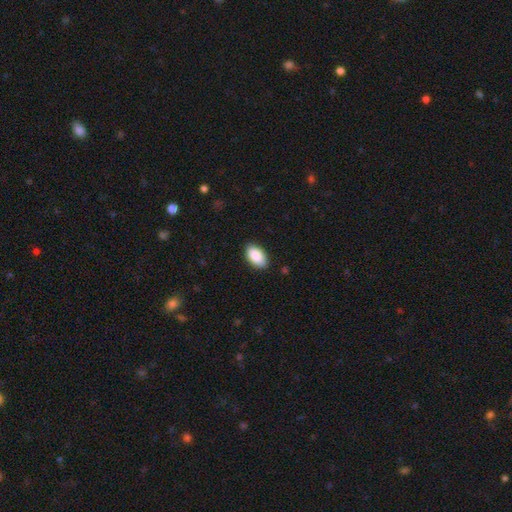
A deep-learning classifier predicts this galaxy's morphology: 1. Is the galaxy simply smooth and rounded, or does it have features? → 89% smooth, 6% star or artifact, 4% featured or disk.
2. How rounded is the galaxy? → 95% in between, 4% round, 2% cigar-shaped.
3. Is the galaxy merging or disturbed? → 87% none, 10% minor disturbance, 2% major disturbance, 1% merger.